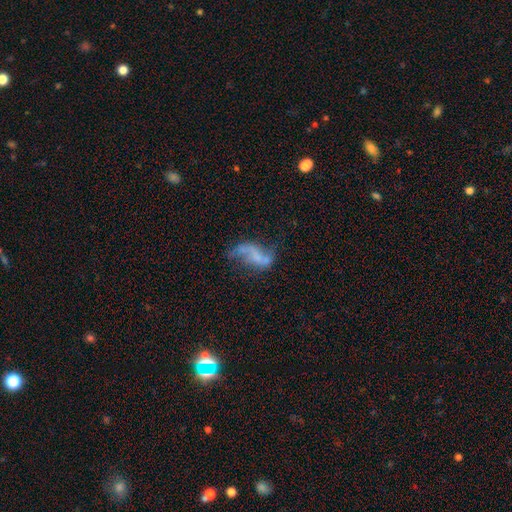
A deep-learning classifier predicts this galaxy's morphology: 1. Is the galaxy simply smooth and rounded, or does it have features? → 64% featured or disk, 25% smooth, 12% star or artifact.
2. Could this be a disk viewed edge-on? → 95% no, 5% yes.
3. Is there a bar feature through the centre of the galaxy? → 58% no, 28% weak, 13% strong.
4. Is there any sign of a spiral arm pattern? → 63% yes, 37% no.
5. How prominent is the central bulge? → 63% none, 25% small, 9% moderate, 2% large, 1% dominant.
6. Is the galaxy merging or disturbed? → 35% none, 31% major disturbance, 21% minor disturbance, 14% merger.